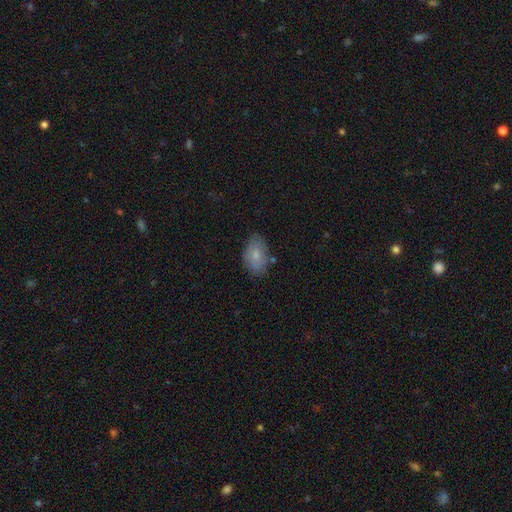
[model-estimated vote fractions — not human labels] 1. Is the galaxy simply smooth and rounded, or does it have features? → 77% smooth, 16% featured or disk, 7% star or artifact.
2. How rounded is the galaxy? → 89% in between, 9% round, 1% cigar-shaped.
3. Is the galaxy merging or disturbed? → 75% none, 19% minor disturbance, 4% major disturbance, 3% merger.